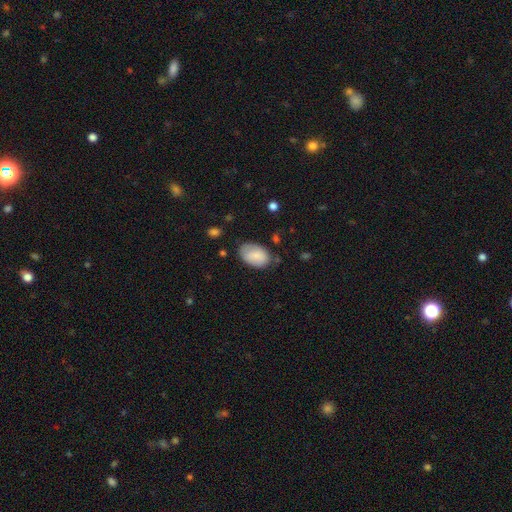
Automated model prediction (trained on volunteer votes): Smooth or featured? Predicted: smooth (p=0.81). How rounded? Predicted: in between (p=0.91). Merging? Predicted: none (p=0.67).